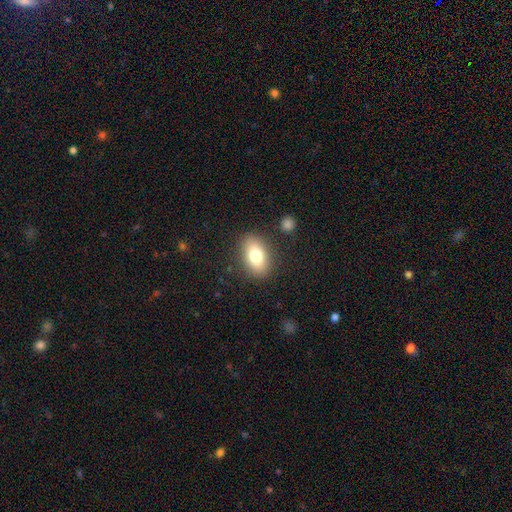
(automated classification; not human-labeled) A smooth galaxy with no disk features (76%) that is in between round and cigar-shaped (86%).

Vote fractions:
- Smooth or featured? smooth: 76% / featured or disk: 16% / star or artifact: 8%
- How rounded? in between: 86% / round: 12% / cigar-shaped: 2%
- Merging? none: 85% / minor disturbance: 10% / major disturbance: 3% / merger: 2%